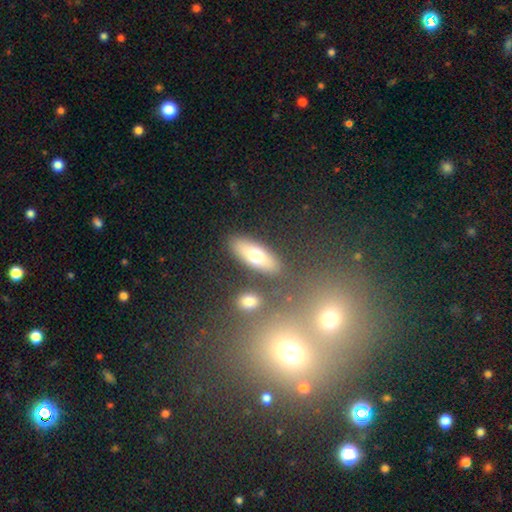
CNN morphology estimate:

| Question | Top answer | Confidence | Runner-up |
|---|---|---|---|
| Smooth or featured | smooth | 66% | featured or disk (26%) |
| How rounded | in between | 65% | cigar-shaped (31%) |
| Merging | none | 83% | minor disturbance (9%) |